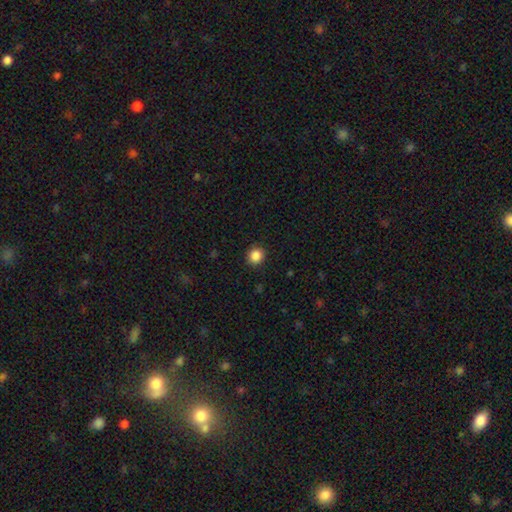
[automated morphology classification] type=smooth (87%); roundness=round (87%); merging=none (90%).